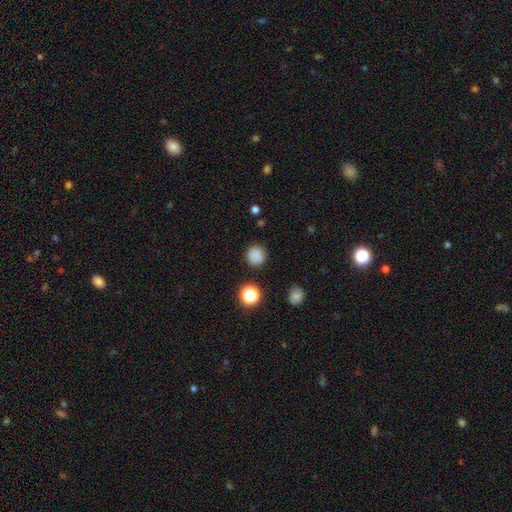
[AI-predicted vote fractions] This is clearly a smooth galaxy (82%). How rounded: clearly round (92%). Merging: clearly none (86%).